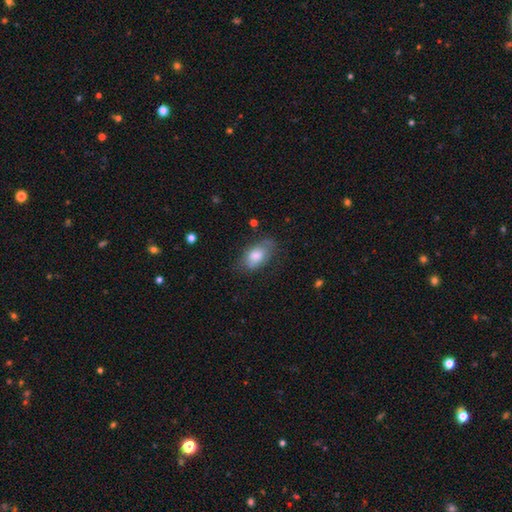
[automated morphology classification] Smooth or featured? Predicted: smooth (p=0.73). How rounded? Predicted: in between (p=0.91). Merging? Predicted: none (p=0.64).